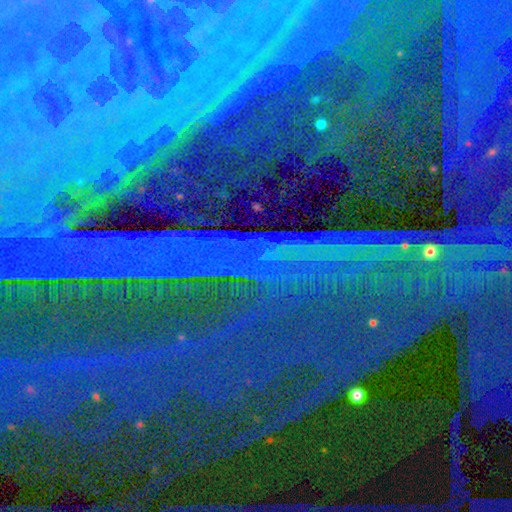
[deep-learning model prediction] Smooth or featured? Predicted: star or artifact (p=0.87).